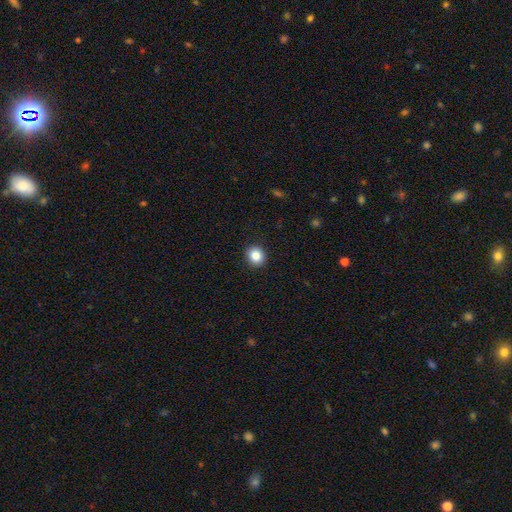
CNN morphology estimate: A smooth galaxy with no disk features (84%) that is round (72%). Merging: none (92%).